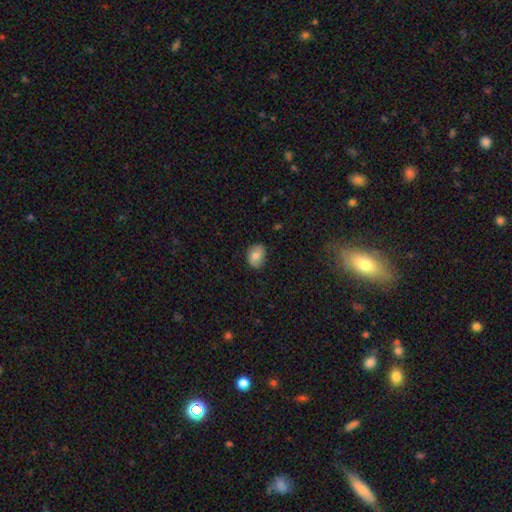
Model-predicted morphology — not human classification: Overall: smooth (72%). How rounded: in between (62%; round 37%). Merging: none (82%).